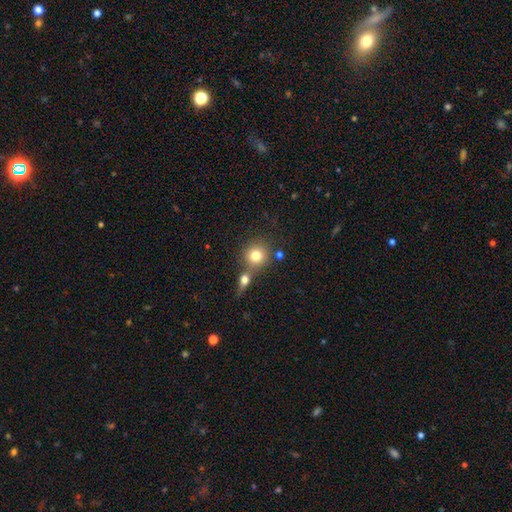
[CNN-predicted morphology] Smooth or featured? smooth (77%)
How rounded? round (89%)
Merging? none (61%)